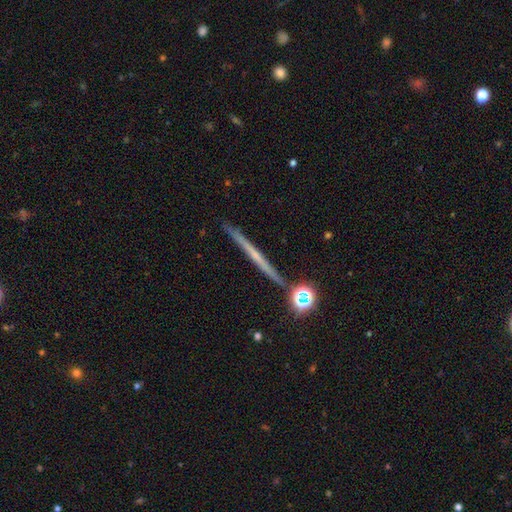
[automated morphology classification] This is possibly a featured or disk galaxy (58%). It is clearly viewed edge-on (97%). Edge-on bulge: clearly none (82%). Merging: clearly none (88%).